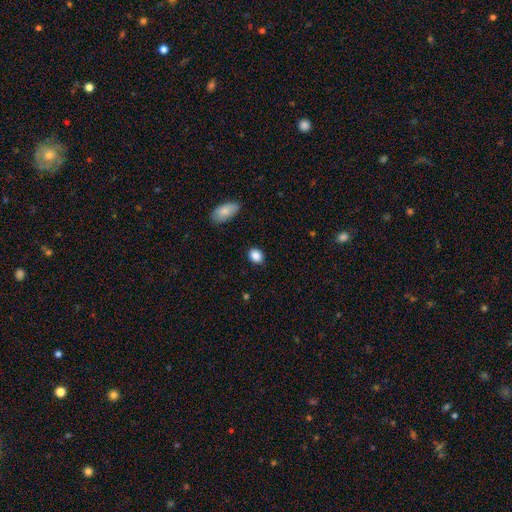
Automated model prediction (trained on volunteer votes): Smooth or featured?
  - smooth: 88% *
  - star or artifact: 8%
  - featured or disk: 3%
How rounded?
  - in between: 58% *
  - round: 41%
  - cigar-shaped: 1%
Merging?
  - none: 86% *
  - minor disturbance: 10%
  - major disturbance: 3%
  - merger: 1%